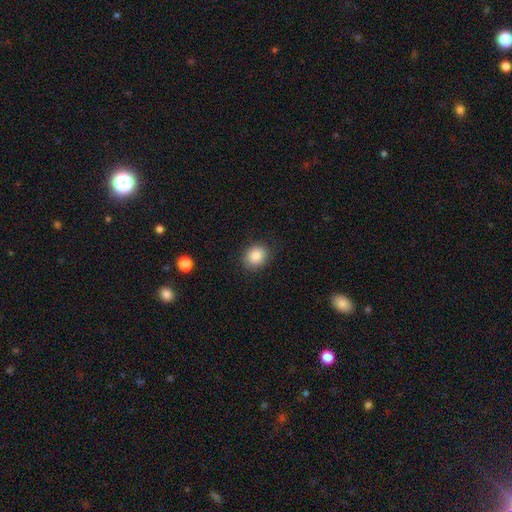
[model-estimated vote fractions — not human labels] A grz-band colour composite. It shows a smooth galaxy with no disk features (86%) that is round (59%). Merging: none (85%).